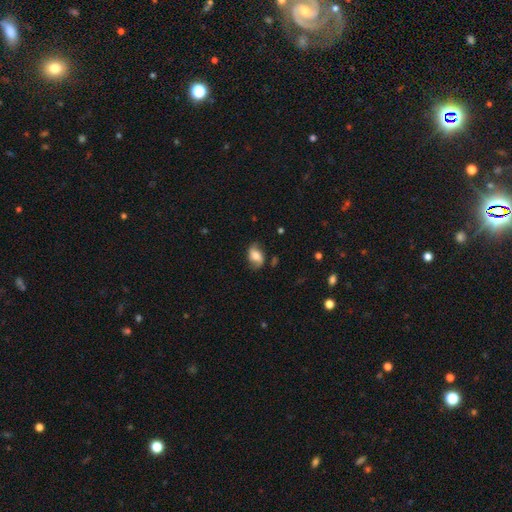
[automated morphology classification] type=featured or disk (48%); merging=none (69%).